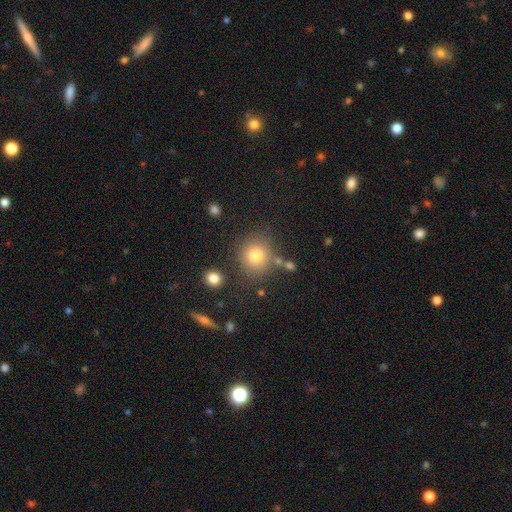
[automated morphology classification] The model was most divided on "smooth or featured": smooth: 77%, star or artifact: 14%, featured or disk: 9%. More confident: how rounded — round (85%); merging — none (77%).